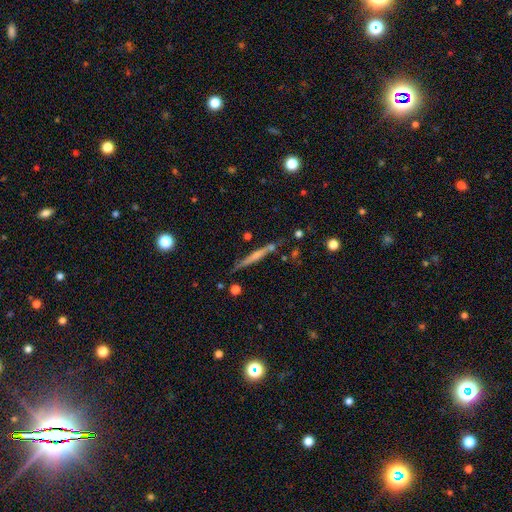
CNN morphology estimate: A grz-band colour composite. It shows a featured or disk galaxy (50%) viewed edge-on (95%). Merging: none (77%).